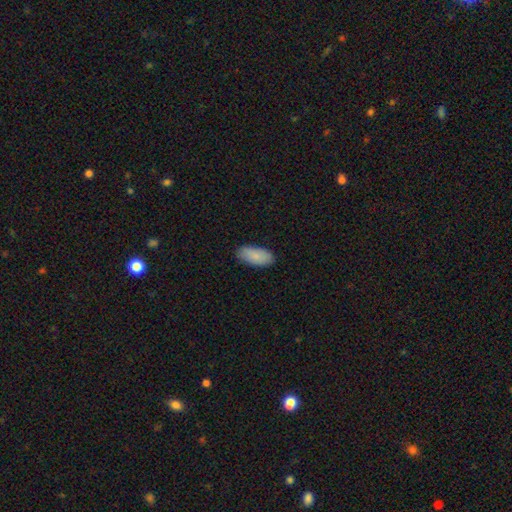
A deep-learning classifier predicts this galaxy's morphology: A smooth galaxy with no disk features (86%) that is in between round and cigar-shaped (91%). Merging: none (85%).